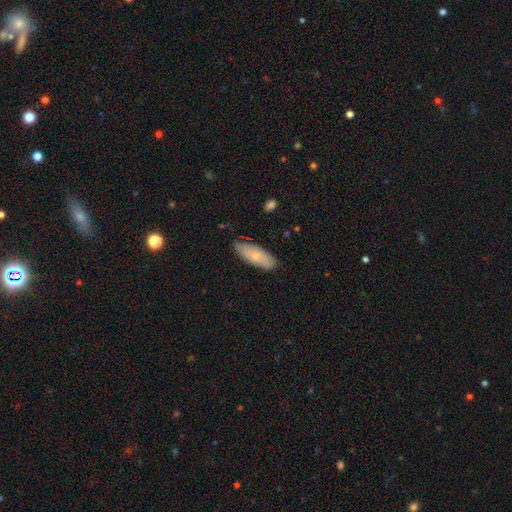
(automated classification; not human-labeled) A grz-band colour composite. It shows a smooth galaxy with no disk features (64%) that is in between round and cigar-shaped (75%). Merging: none (74%).